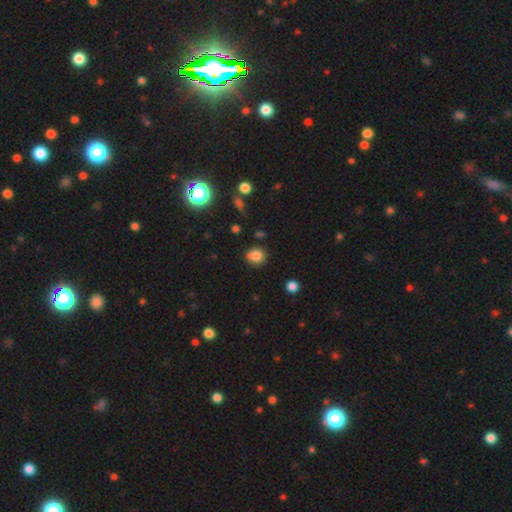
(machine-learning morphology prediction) Overall: smooth (82%). How rounded: round (75%). Merging: none (72%).